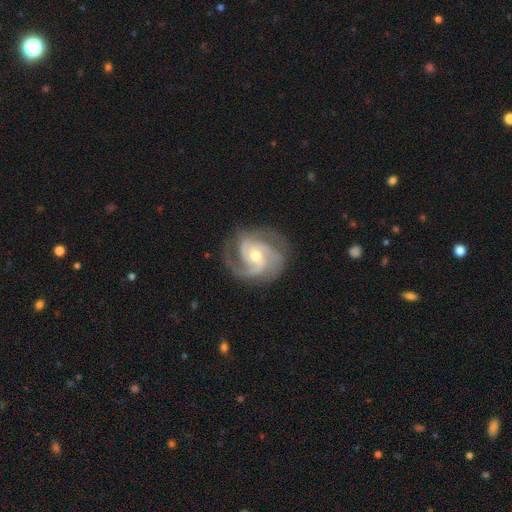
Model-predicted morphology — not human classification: type=featured or disk (92%); edge-on=no (98%); bar=no (61%); spiral arms=yes (98%); winding=tight (47%); arm count=3 (63%); bulge=moderate (58%); merging=none (78%).